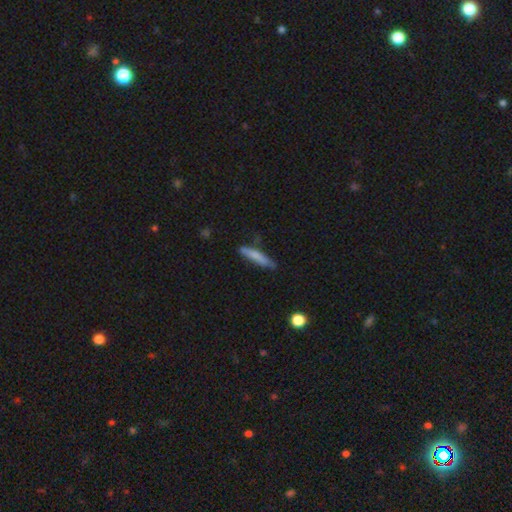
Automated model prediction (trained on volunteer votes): Smooth or featured? Predicted: smooth (p=0.74). How rounded? Predicted: cigar-shaped (p=0.91). Merging? Predicted: none (p=0.74).